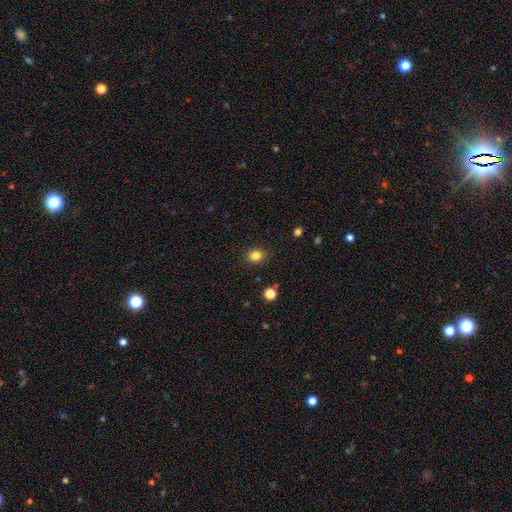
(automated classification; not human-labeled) smooth 83%, star or artifact 12%, featured or disk 5%. Down the decision tree: how rounded — round (68%); merging — none (88%).